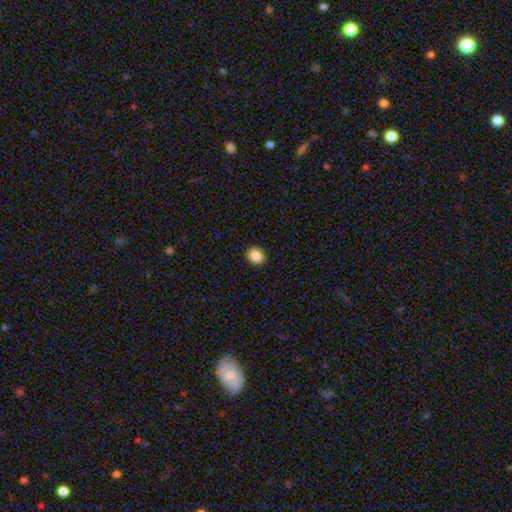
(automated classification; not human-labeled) smooth 86%, star or artifact 9%, featured or disk 5%. Down the decision tree: how rounded — round (67%); merging — none (92%).